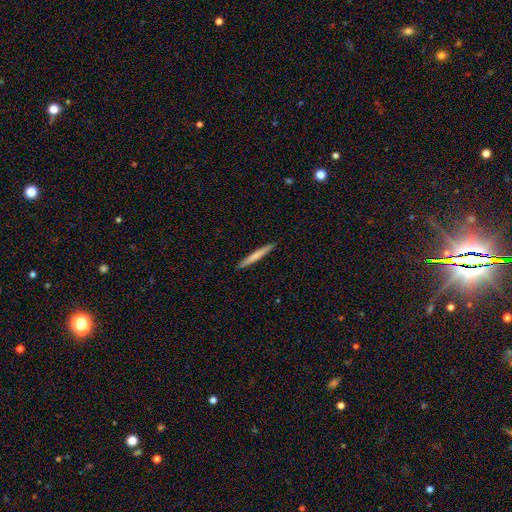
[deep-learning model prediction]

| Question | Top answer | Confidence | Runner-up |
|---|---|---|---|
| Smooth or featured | smooth | 66% | featured or disk (29%) |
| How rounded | cigar-shaped | 97% | in between (2%) |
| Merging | none | 92% | minor disturbance (5%) |